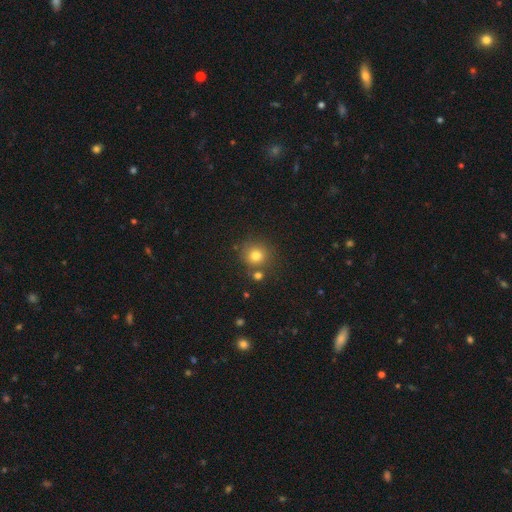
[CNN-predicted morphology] Overall: smooth (80%). How rounded: round (89%). Merging: none (72%).